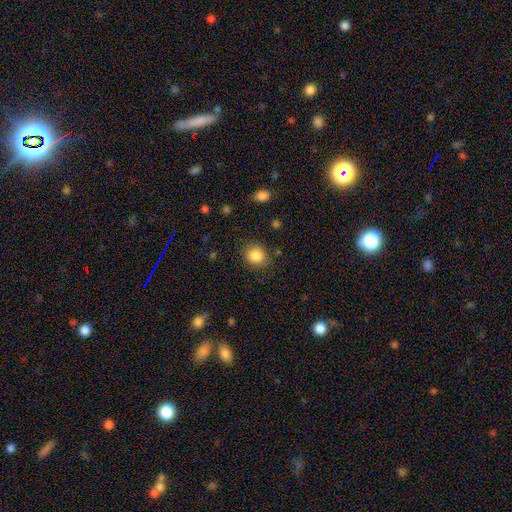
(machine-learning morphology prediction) A smooth galaxy with no disk features (86%) that is round (76%).

Vote fractions:
- Smooth or featured? smooth: 86% / star or artifact: 10% / featured or disk: 5%
- How rounded? round: 76% / in between: 23% / cigar-shaped: 1%
- Merging? none: 83% / minor disturbance: 12% / major disturbance: 4% / merger: 2%